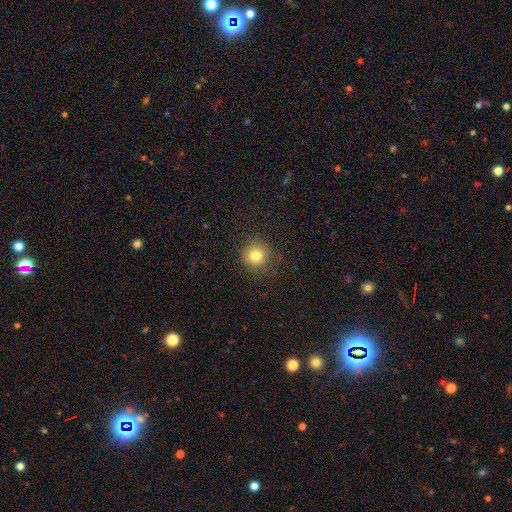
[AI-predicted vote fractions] The model was most divided on "smooth or featured": smooth: 80%, star or artifact: 13%, featured or disk: 7%. More confident: how rounded — round (93%); merging — none (87%).